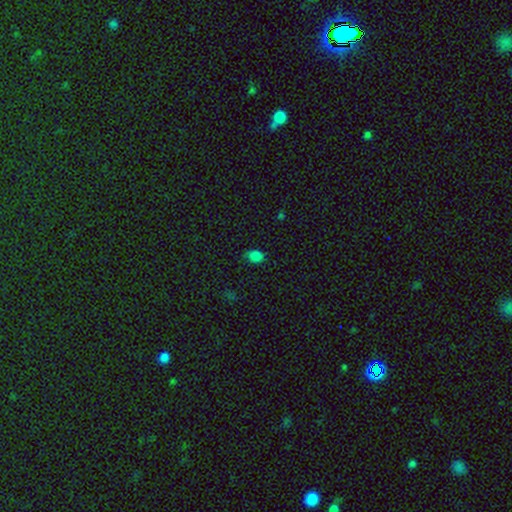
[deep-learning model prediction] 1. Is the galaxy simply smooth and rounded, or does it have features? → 83% smooth, 14% star or artifact, 4% featured or disk.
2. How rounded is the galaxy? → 57% in between, 41% round, 1% cigar-shaped.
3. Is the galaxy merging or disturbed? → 75% none, 20% minor disturbance, 4% major disturbance, 1% merger.